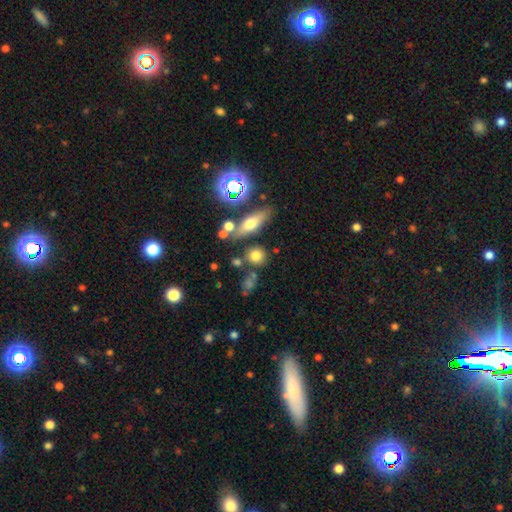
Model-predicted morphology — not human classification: The model was most divided on "how rounded": round: 71%, in between: 22%, cigar-shaped: 8%. More confident: smooth or featured — smooth (72%); merging — none (69%).